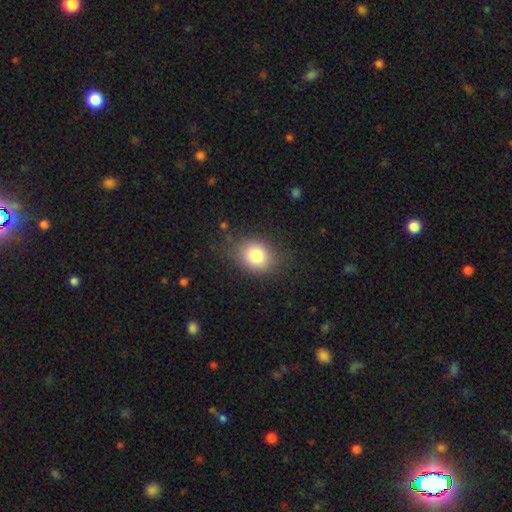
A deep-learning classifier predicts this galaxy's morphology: This is clearly a smooth galaxy (81%). How rounded: possibly round (54%). Merging: likely none (79%).